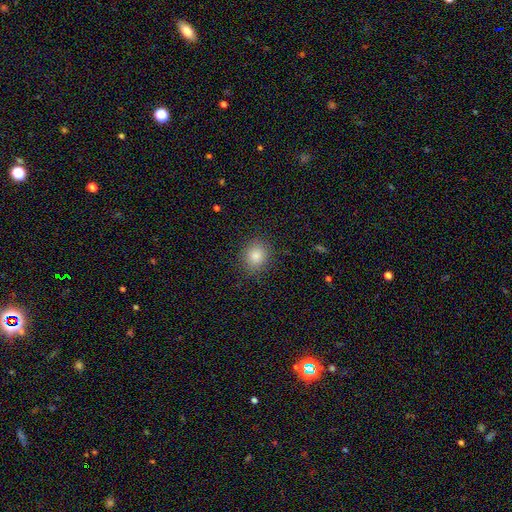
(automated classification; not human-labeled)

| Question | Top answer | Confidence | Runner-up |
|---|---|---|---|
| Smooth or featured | smooth | 83% | star or artifact (12%) |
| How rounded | round | 79% | in between (20%) |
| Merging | none | 89% | minor disturbance (8%) |